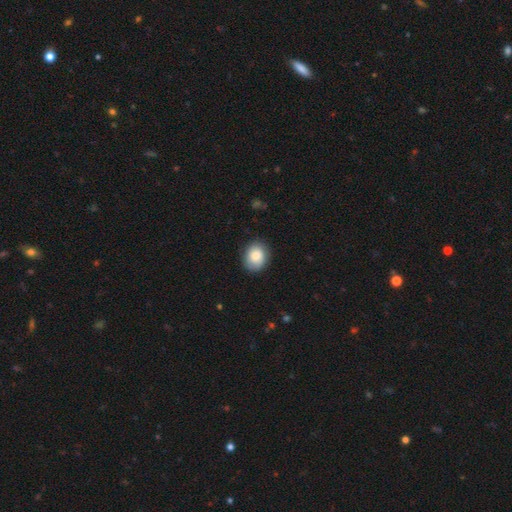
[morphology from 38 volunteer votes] A smooth galaxy with no disk features (87%) that is round (55%). Merging: none (83%).